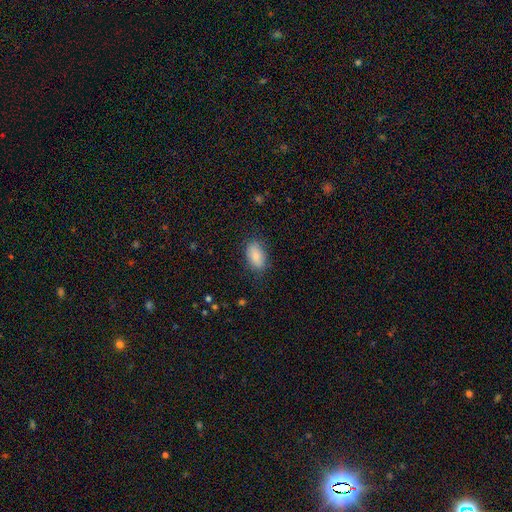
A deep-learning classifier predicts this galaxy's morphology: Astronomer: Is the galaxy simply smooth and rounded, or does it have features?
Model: smooth — 86%.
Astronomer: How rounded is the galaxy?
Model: in between — 92%.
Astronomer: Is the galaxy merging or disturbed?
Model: none — 79%.